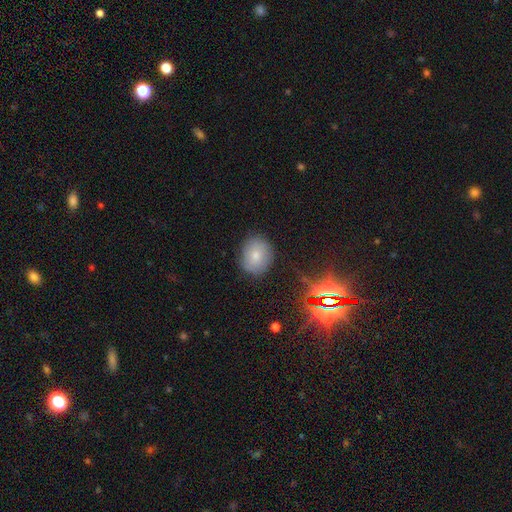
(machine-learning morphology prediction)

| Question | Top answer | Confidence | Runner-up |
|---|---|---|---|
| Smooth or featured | smooth | 71% | featured or disk (17%) |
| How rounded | round | 65% | in between (34%) |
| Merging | none | 81% | minor disturbance (14%) |